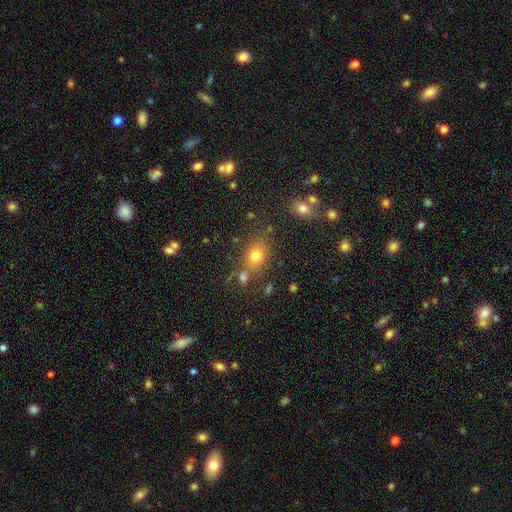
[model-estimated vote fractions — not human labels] smooth 73%, star or artifact 16%, featured or disk 11%. Down the decision tree: how rounded — in between (56%); merging — none (65%).